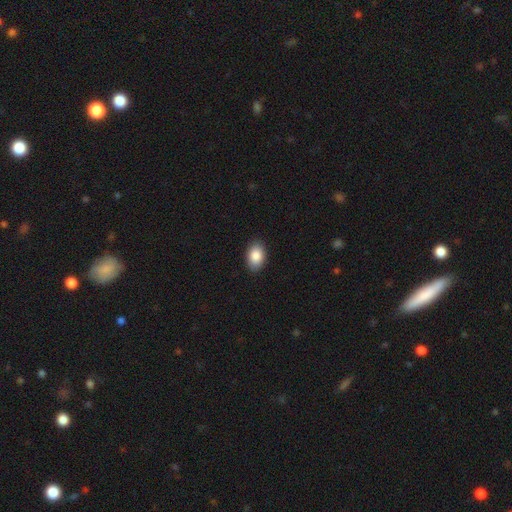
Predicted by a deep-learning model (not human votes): This is clearly a smooth galaxy (87%). How rounded: clearly in between (87%). Merging: clearly none (89%).